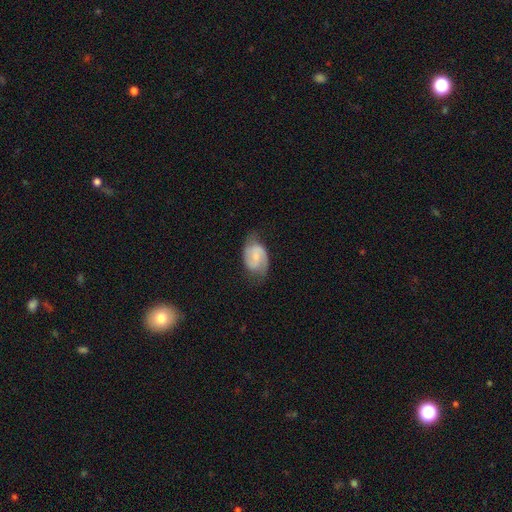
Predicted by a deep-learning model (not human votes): This appears to be a featured or disk galaxy (62%) with no bar (45%), 2 (84%) medium (48%) spiral arms (91%) and a small central bulge (58%). Merging: none (61%).